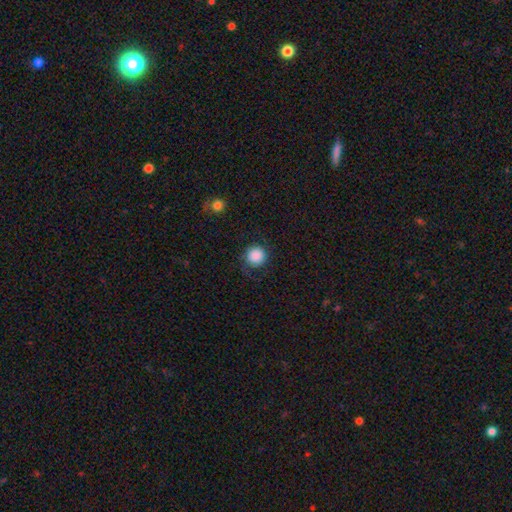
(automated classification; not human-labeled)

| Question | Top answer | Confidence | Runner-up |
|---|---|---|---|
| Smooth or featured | smooth | 87% | star or artifact (8%) |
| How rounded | round | 93% | in between (6%) |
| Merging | none | 79% | minor disturbance (13%) |